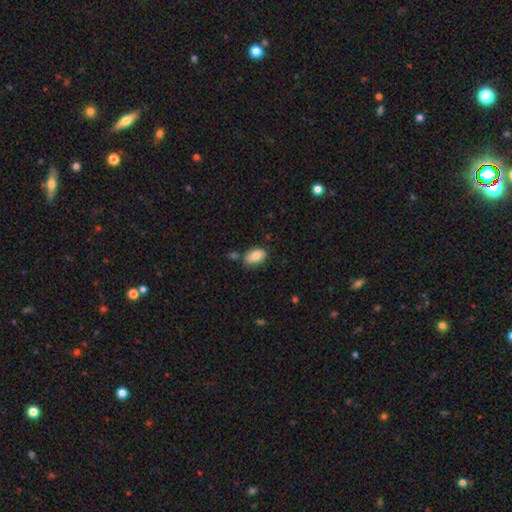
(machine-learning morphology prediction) Smooth or featured? smooth (79%)
How rounded? in between (88%)
Merging? none (64%)